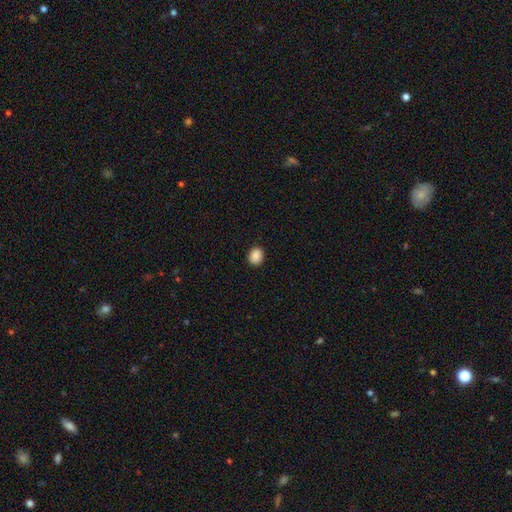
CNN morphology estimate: A smooth galaxy with no disk features (89%) that is round (60%). Merging: none (90%).